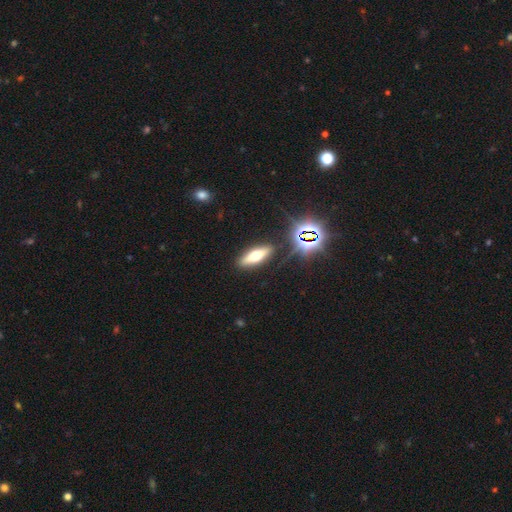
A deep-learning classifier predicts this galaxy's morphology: Smooth or featured?
  - smooth: 45% *
  - featured or disk: 38%
  - star or artifact: 16%
Merging?
  - none: 86% *
  - minor disturbance: 9%
  - major disturbance: 3%
  - merger: 3%